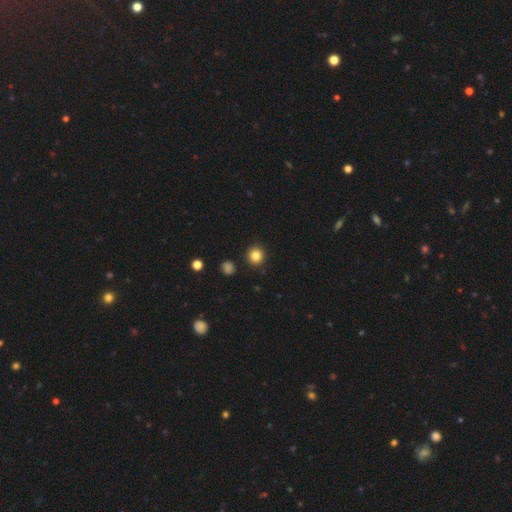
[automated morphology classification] Smooth or featured: smooth — 84% (star or artifact — 11%)
How rounded: round — 92% (in between — 7%)
Merging: none — 91% (minor disturbance — 5%)